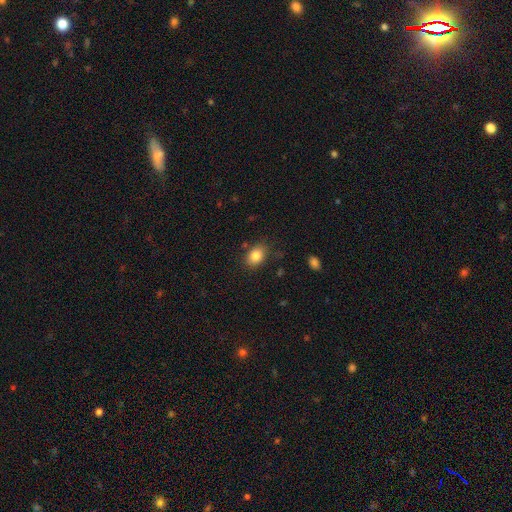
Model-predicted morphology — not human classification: smooth-or-featured: smooth: 83% | star or artifact: 9% | featured or disk: 7%
  how-rounded: in between: 70% | round: 29% | cigar-shaped: 1%
  merging: none: 82% | minor disturbance: 13% | major disturbance: 3% | merger: 2%